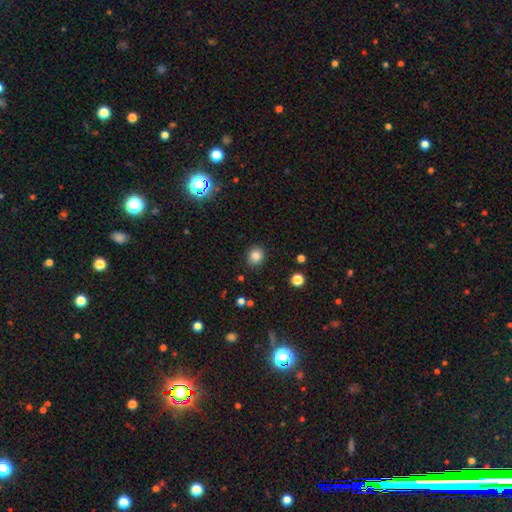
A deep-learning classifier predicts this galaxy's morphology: This is clearly a smooth galaxy (84%). How rounded: likely round (78%). Merging: clearly none (89%).